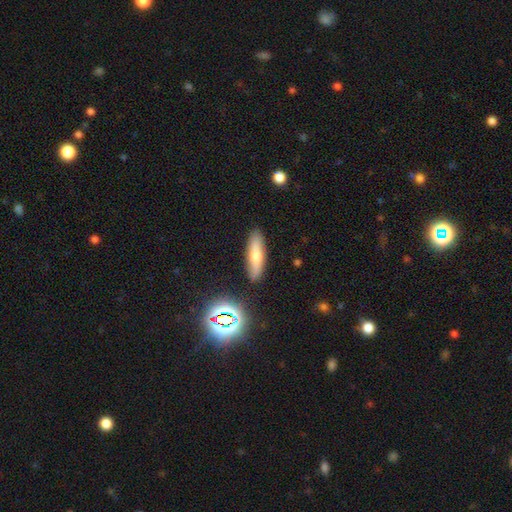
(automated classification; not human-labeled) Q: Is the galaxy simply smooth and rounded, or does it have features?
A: smooth — 60%.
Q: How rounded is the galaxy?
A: cigar-shaped — 66%.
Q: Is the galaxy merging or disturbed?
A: none — 87%.